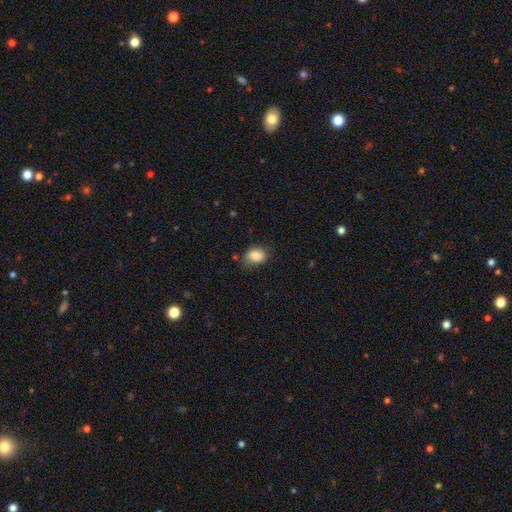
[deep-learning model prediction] Smooth or featured?
  - smooth: 87% *
  - star or artifact: 8%
  - featured or disk: 4%
How rounded?
  - in between: 69% *
  - round: 30%
  - cigar-shaped: 1%
Merging?
  - none: 73% *
  - minor disturbance: 21%
  - major disturbance: 5%
  - merger: 2%